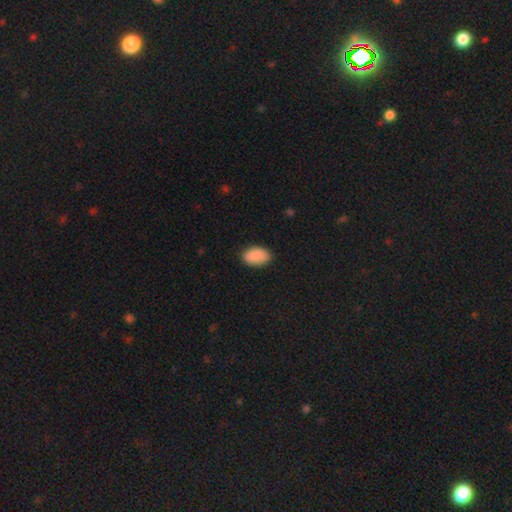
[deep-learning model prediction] smooth 90%, star or artifact 6%, featured or disk 3%. Down the decision tree: how rounded — in between (91%); merging — none (85%).